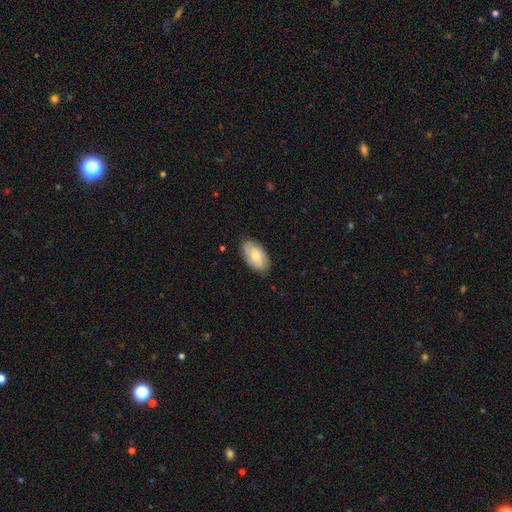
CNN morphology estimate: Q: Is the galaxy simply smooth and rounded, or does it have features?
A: smooth — 48%.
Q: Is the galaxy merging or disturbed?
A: none — 79%.